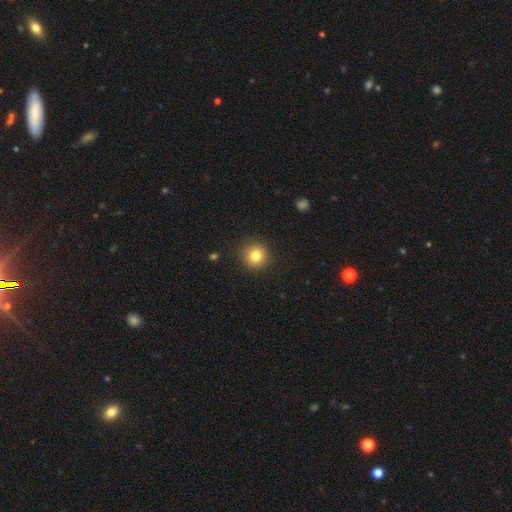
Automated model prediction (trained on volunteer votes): Morphology: type=smooth (82%); roundness=round (93%); merging=none (91%).